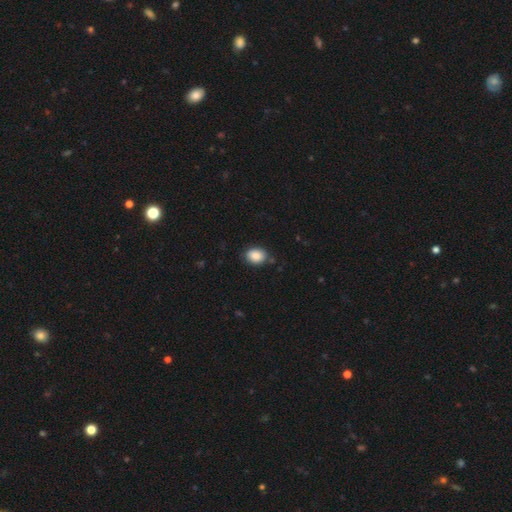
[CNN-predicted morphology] The model was most divided on "how rounded": in between: 58%, round: 41%, cigar-shaped: 1%. More confident: smooth or featured — smooth (87%); merging — none (82%).